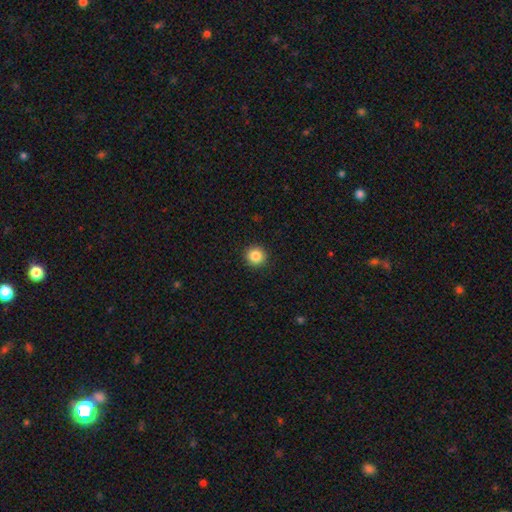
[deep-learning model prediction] A smooth galaxy with no disk features (86%) that is round (94%). Merging: none (93%).